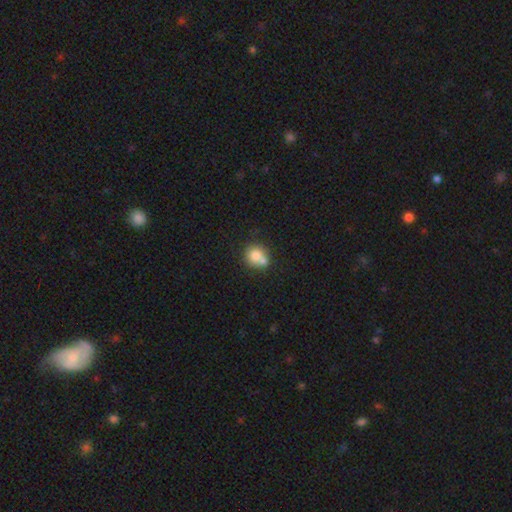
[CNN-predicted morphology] Q: Smooth or featured?
A: smooth (75%); runner-up: featured or disk (16%)
Q: How rounded?
A: round (82%); runner-up: in between (17%)
Q: Merging?
A: merger (44%); runner-up: none (43%)